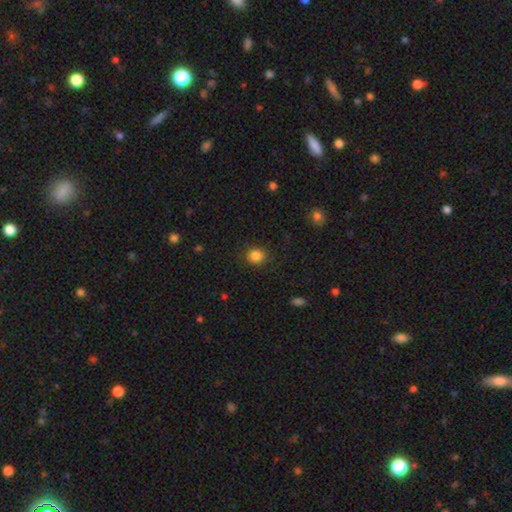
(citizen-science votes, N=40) This is clearly a smooth galaxy (88%). How rounded: clearly round (89%). Merging: likely none (75%).